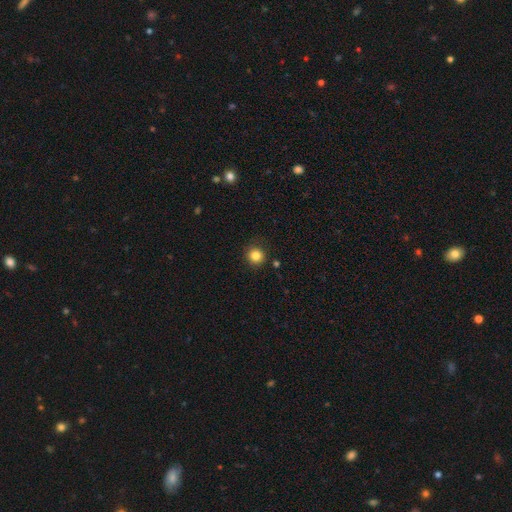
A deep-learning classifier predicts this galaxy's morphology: smooth 83%, star or artifact 12%, featured or disk 5%. Down the decision tree: how rounded — round (93%); merging — none (89%).